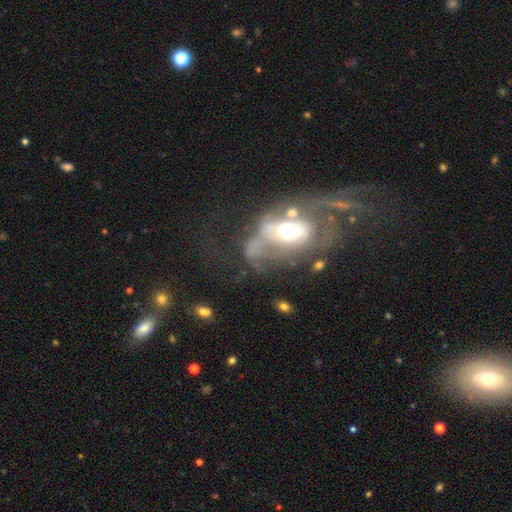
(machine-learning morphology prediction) Smooth or featured? featured or disk (67%)
Edge-on disk? no (94%)
Bar? no (63%)
Spiral arms? no (57%)
Bulge size? moderate (59%)
Merging? major disturbance (51%)